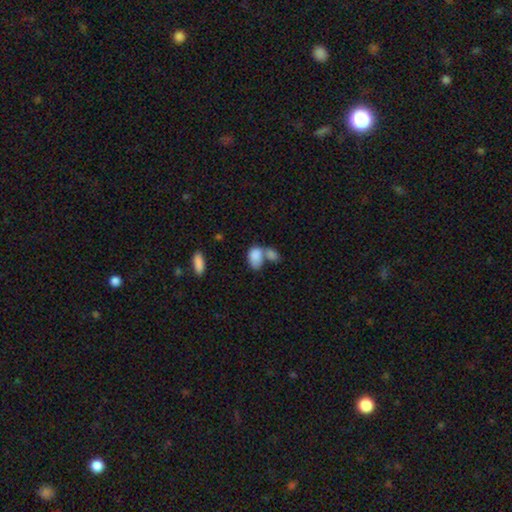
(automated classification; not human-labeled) Overall: smooth (84%). How rounded: in between (88%). Merging: merger (56%; none 26%).